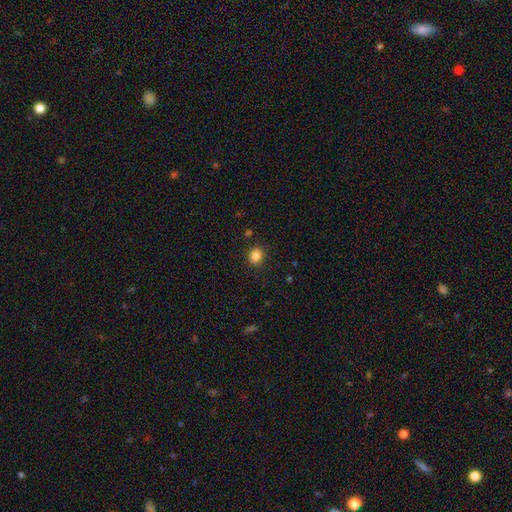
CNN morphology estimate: type=smooth (84%); roundness=round (83%); merging=none (89%).